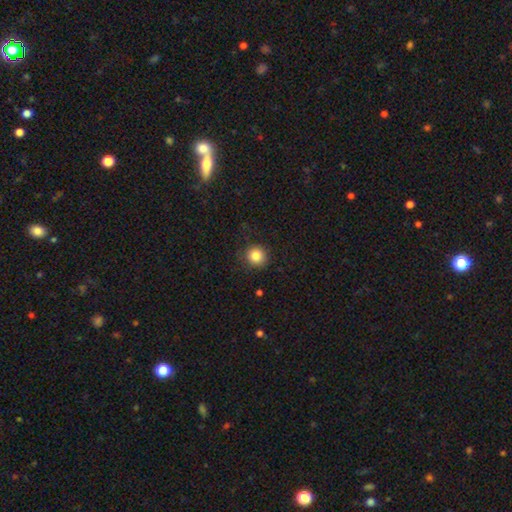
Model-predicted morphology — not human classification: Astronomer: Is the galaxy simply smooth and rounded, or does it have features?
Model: smooth — 84%.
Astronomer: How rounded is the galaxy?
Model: round — 91%.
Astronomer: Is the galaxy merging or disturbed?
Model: none — 86%.